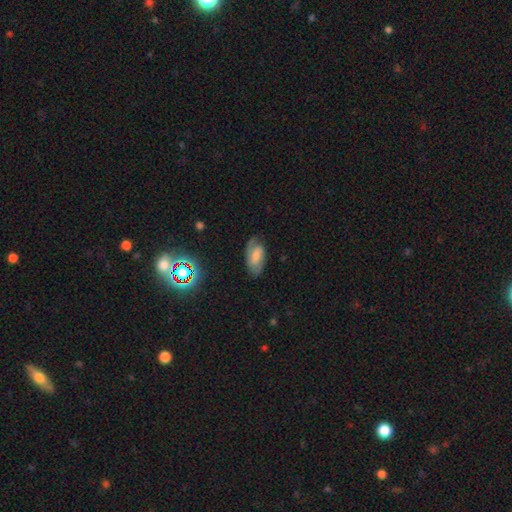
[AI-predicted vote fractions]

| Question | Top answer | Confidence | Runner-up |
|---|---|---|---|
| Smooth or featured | featured or disk | 56% | smooth (35%) |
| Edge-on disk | no | 94% | yes (6%) |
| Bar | weak | 44% | no (42%) |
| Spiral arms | yes | 85% | no (15%) |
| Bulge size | small | 38% | moderate (37%) |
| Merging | none | 67% | minor disturbance (22%) |